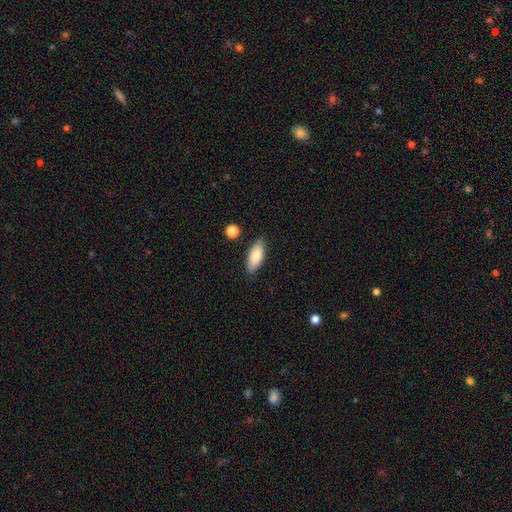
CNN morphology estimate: A smooth galaxy with no disk features (80%) that is in between round and cigar-shaped (80%).

Vote fractions:
- Smooth or featured? smooth: 80% / featured or disk: 13% / star or artifact: 6%
- How rounded? in between: 80% / cigar-shaped: 18% / round: 2%
- Merging? none: 84% / minor disturbance: 11% / merger: 2% / major disturbance: 2%